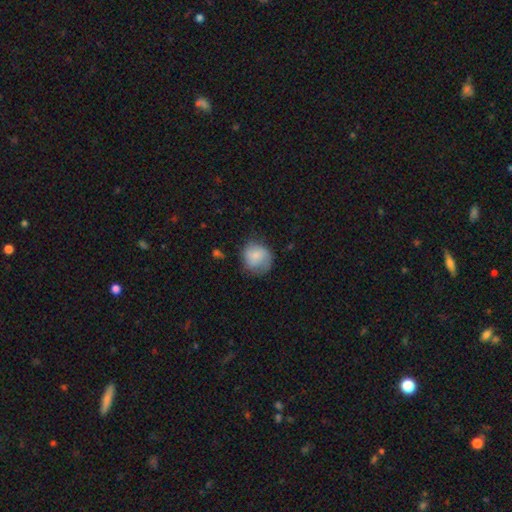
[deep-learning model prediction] Smooth or featured?
  - smooth: 75% *
  - featured or disk: 17%
  - star or artifact: 7%
How rounded?
  - round: 81% *
  - in between: 18%
  - cigar-shaped: 1%
Merging?
  - none: 61% *
  - minor disturbance: 27%
  - major disturbance: 10%
  - merger: 2%